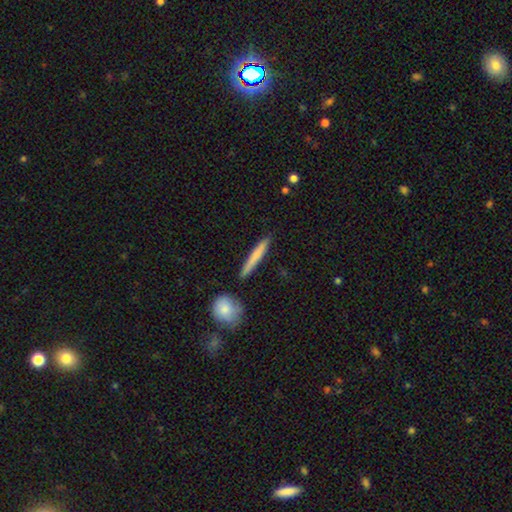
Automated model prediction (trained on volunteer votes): Smooth or featured? smooth (69%)
How rounded? cigar-shaped (94%)
Merging? none (87%)